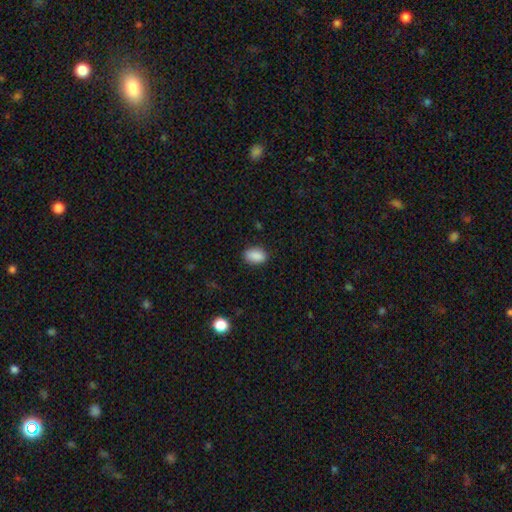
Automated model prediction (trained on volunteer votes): This appears to be a smooth galaxy with no disk features (89%) that is in between round and cigar-shaped (88%). Merging: none (85%).